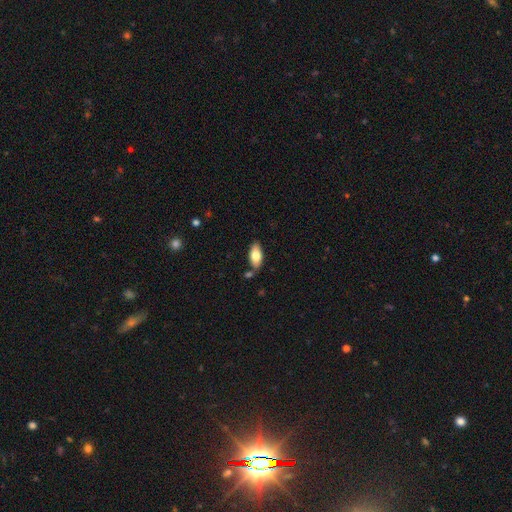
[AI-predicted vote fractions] A smooth galaxy with no disk features (78%) that is in between round and cigar-shaped (89%). Merging: none (77%).